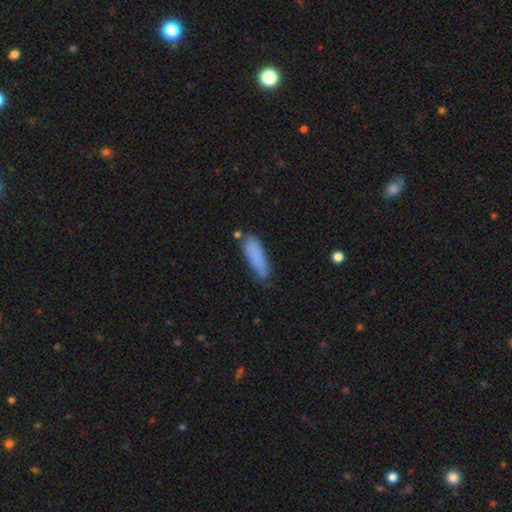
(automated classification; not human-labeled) Smooth or featured? Predicted: smooth (p=0.84). How rounded? Predicted: cigar-shaped (p=0.57). Merging? Predicted: none (p=0.65).